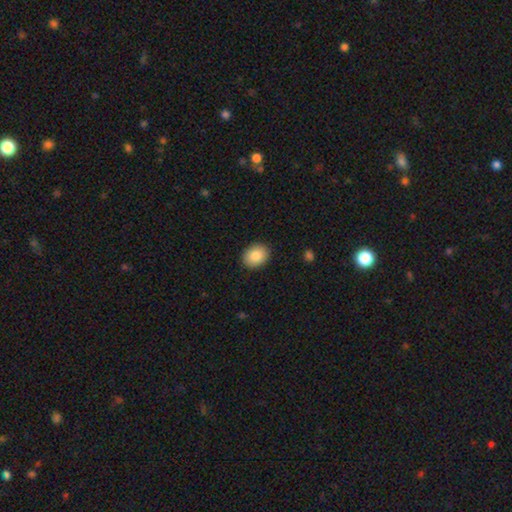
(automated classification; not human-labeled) Smooth or featured? Predicted: smooth (p=0.87). How rounded? Predicted: in between (p=0.54). Merging? Predicted: none (p=0.90).